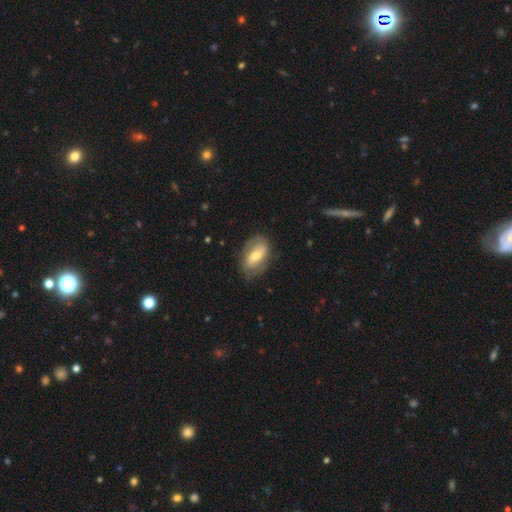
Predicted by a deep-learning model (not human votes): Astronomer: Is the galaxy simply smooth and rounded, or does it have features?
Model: featured or disk — 51% (runner-up: smooth, 43%).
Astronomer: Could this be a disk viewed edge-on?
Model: no — 91%.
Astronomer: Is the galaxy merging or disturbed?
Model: none — 73%.